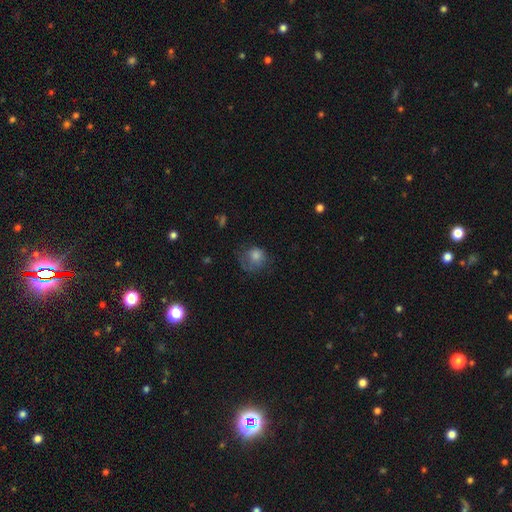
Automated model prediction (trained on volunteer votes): Overall: smooth (70%). How rounded: round (74%). Merging: none (46%; major disturbance 27%).